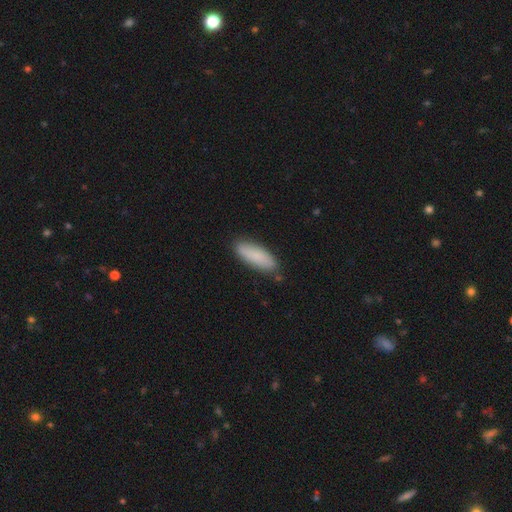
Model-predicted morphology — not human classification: smooth-or-featured: smooth: 83% | featured or disk: 11% | star or artifact: 6%
  how-rounded: in between: 55% | cigar-shaped: 43% | round: 2%
  merging: none: 83% | minor disturbance: 13% | major disturbance: 2% | merger: 2%